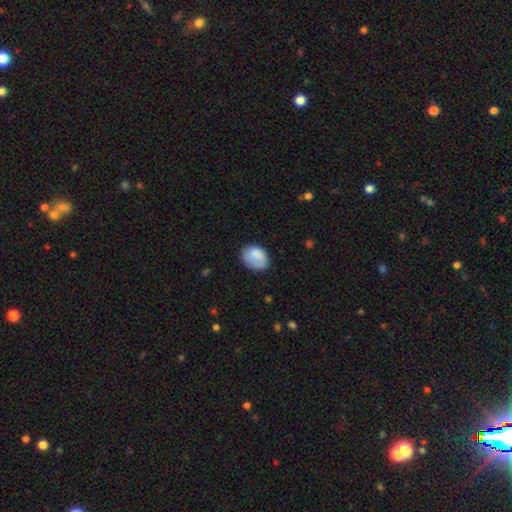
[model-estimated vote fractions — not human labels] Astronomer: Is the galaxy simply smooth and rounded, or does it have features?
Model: smooth — 82%.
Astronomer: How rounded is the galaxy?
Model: in between — 72%.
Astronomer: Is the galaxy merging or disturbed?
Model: none — 66%.